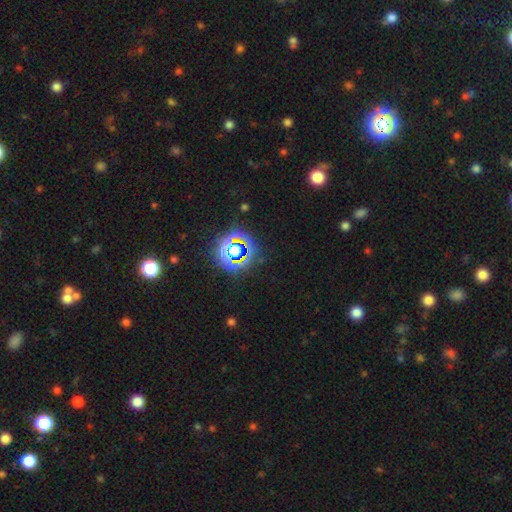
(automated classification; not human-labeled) star or artifact 78%, smooth 15%, featured or disk 7%.